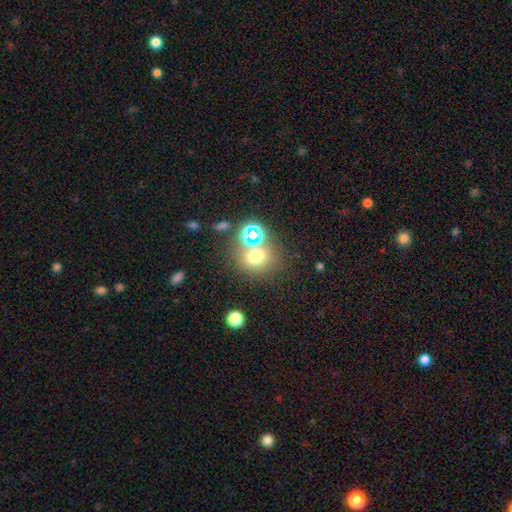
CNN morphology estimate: This is likely a smooth galaxy (64%). How rounded: likely round (74%). Merging: likely none (63%).